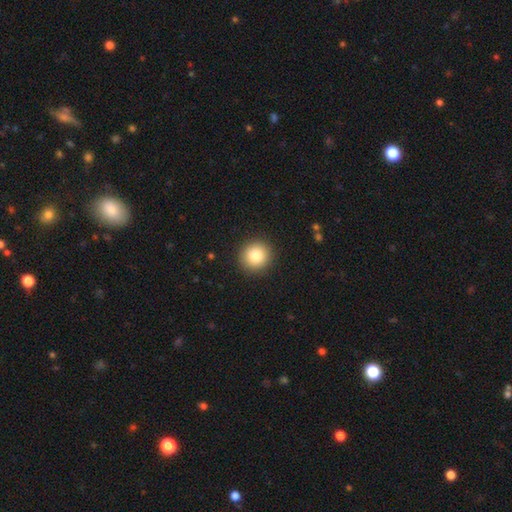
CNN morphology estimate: Q: Smooth or featured?
A: smooth (84%); runner-up: star or artifact (9%)
Q: How rounded?
A: round (92%); runner-up: in between (7%)
Q: Merging?
A: none (92%); runner-up: minor disturbance (5%)